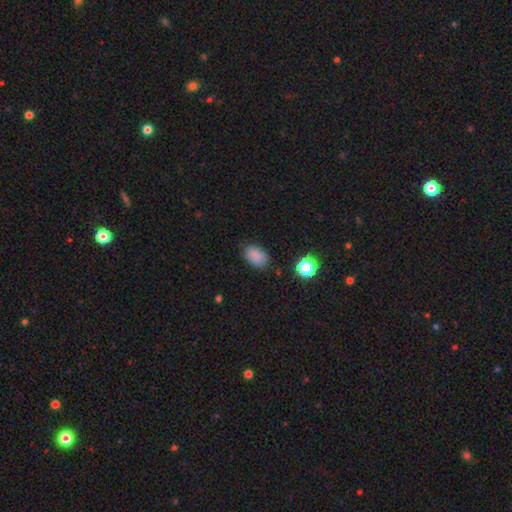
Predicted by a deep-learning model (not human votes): Smooth or featured? Predicted: smooth (p=0.84). How rounded? Predicted: in between (p=0.86). Merging? Predicted: none (p=0.77).